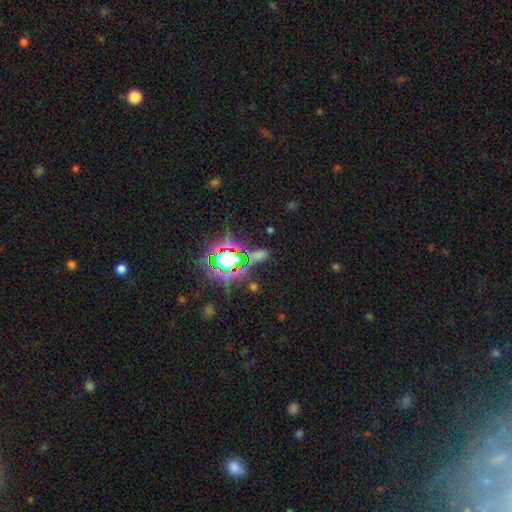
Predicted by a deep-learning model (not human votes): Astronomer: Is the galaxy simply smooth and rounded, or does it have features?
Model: star or artifact — 69%.